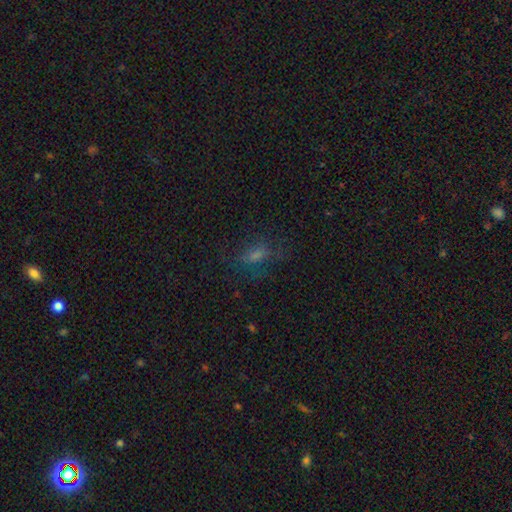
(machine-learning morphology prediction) Smooth or featured? Predicted: smooth (p=0.51). How rounded? Predicted: in between (p=0.70). Merging? Predicted: none (p=0.63).